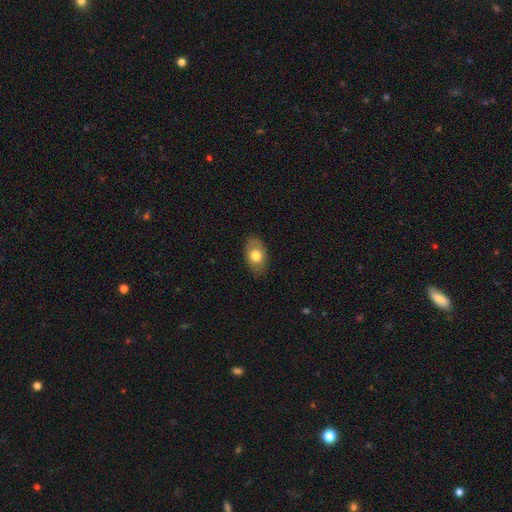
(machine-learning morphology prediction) This appears to be a smooth galaxy with no disk features (72%) that is in between round and cigar-shaped (87%). Merging: none (83%).